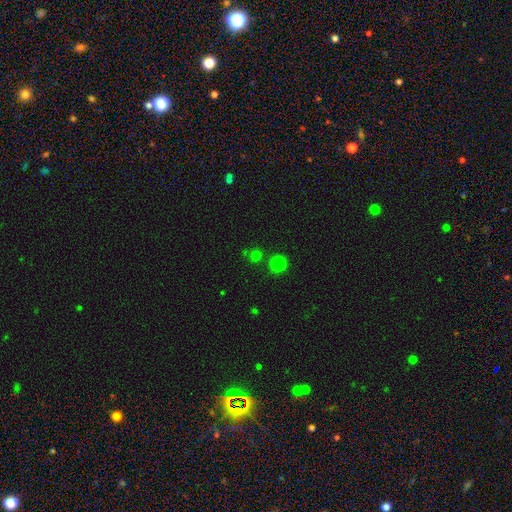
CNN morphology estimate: smooth_or_featured: smooth (p=0.67) [alt: star or artifact p=0.28]
how_rounded: round (p=0.92) [alt: in between p=0.07]
merging: none (p=0.82) [alt: merger p=0.08]